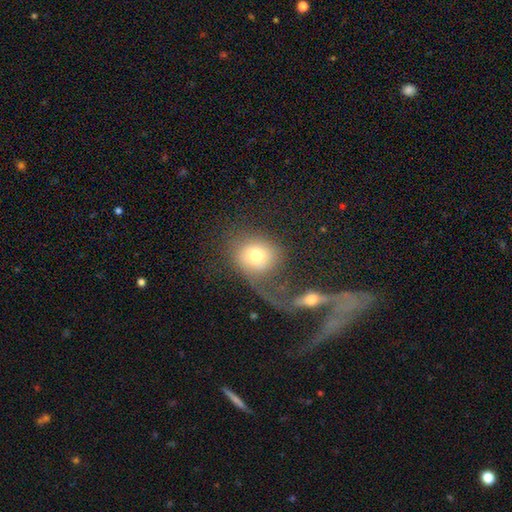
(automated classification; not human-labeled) A smooth galaxy with no disk features (62%) that is round (67%). Merging: merger (41%).